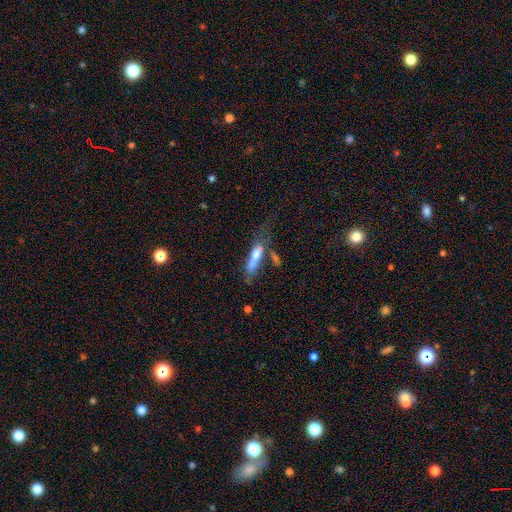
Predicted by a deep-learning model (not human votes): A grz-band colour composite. It shows a smooth galaxy with no disk features (60%) that is cigar-shaped (70%). Merging: none (31%).